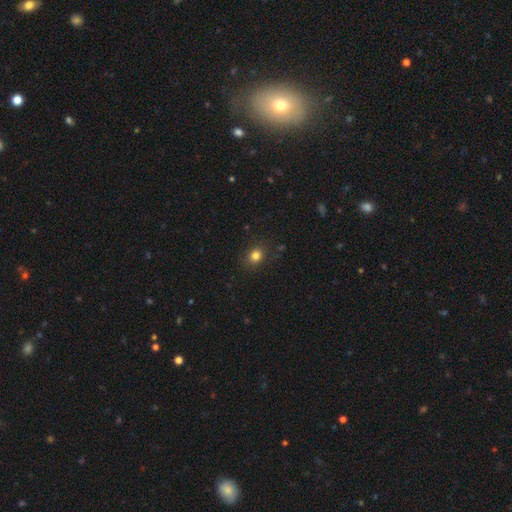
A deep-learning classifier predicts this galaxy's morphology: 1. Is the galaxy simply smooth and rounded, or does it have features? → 81% smooth, 13% star or artifact, 6% featured or disk.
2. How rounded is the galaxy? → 69% round, 30% in between, 1% cigar-shaped.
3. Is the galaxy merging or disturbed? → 86% none, 10% minor disturbance, 3% major disturbance, 1% merger.